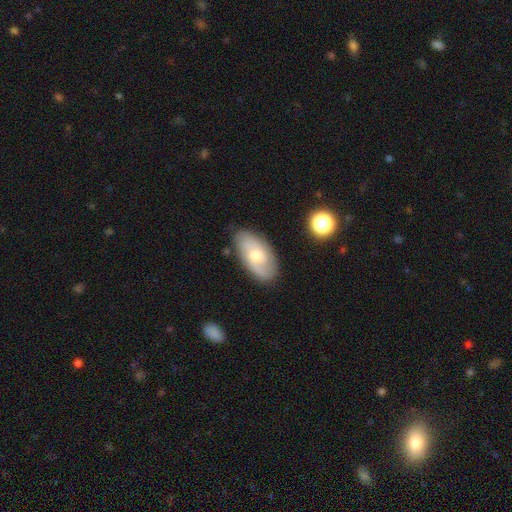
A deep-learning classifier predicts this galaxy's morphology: Smooth or featured: featured or disk — 53% (smooth — 40%)
Edge-on disk: no — 92% (yes — 8%)
Merging: none — 79% (minor disturbance — 15%)